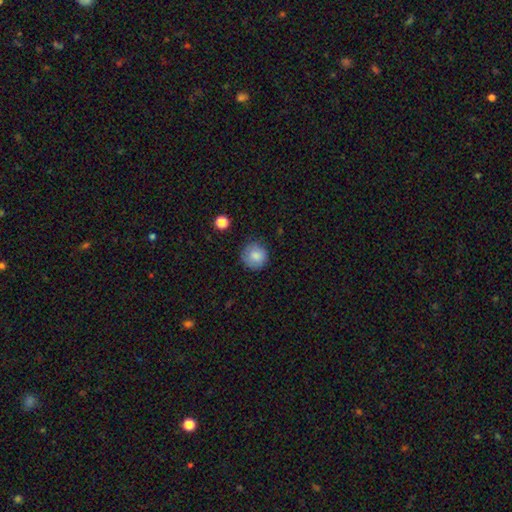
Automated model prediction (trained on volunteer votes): smooth-or-featured: smooth: 83% | star or artifact: 8% | featured or disk: 8%
  how-rounded: round: 93% | in between: 6% | cigar-shaped: 1%
  merging: none: 83% | minor disturbance: 13% | major disturbance: 3% | merger: 1%